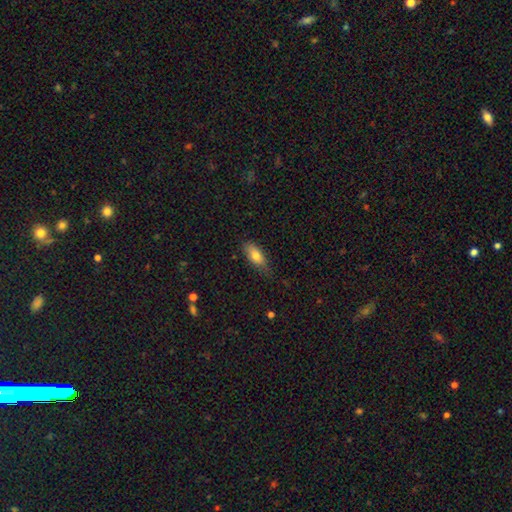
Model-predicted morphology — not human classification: This appears to be a smooth galaxy with no disk features (77%) that is in between round and cigar-shaped (82%). Merging: none (67%).